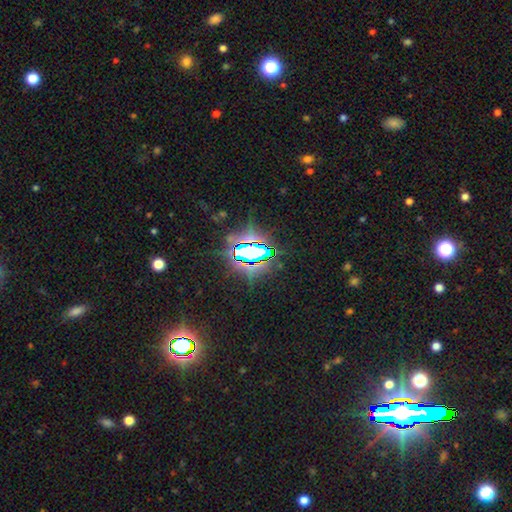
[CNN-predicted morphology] Smooth or featured? Predicted: star or artifact (p=0.80).